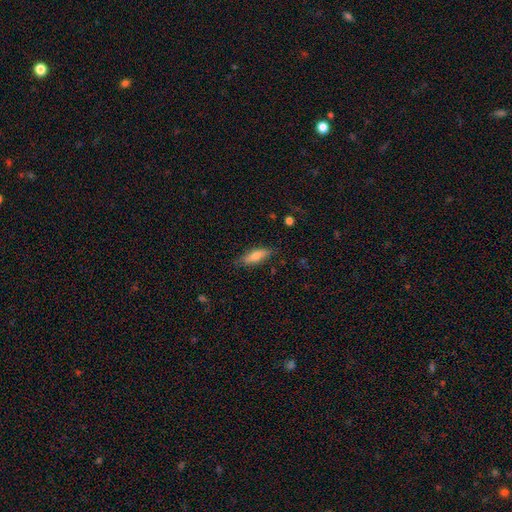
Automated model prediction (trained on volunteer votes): Morphology: type=smooth (71%); roundness=cigar-shaped (49%, tied with in between); merging=none (80%).